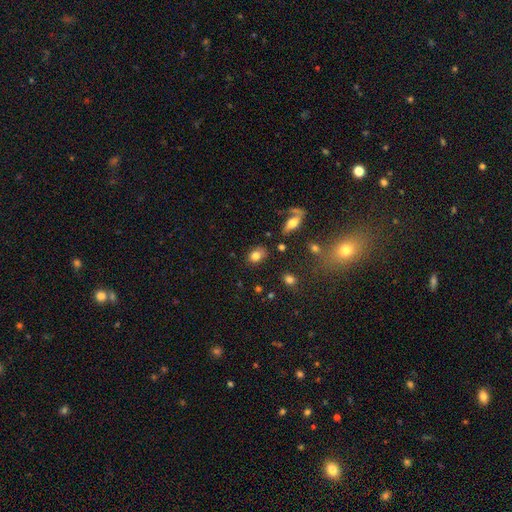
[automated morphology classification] Smooth or featured? smooth (80%)
How rounded? in between (67%)
Merging? none (77%)